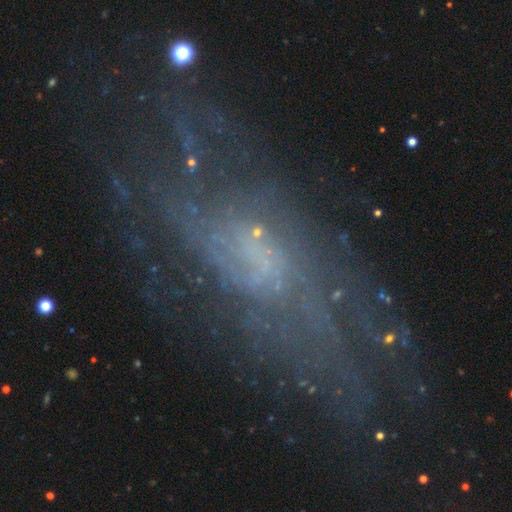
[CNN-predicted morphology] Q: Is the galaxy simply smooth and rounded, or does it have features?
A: featured or disk — 71%.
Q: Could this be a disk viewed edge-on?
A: no — 88%.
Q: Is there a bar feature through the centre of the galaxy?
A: no — 63%.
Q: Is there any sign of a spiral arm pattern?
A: yes — 72%.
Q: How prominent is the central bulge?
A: none — 48%.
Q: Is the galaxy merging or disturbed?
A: none — 54%.